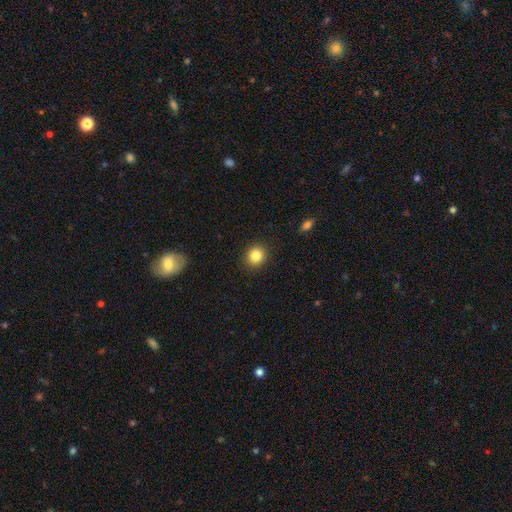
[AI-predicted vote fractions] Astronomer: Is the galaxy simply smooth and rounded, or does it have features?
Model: smooth — 85%.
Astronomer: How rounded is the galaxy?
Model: round — 83%.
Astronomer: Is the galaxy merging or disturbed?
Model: none — 91%.